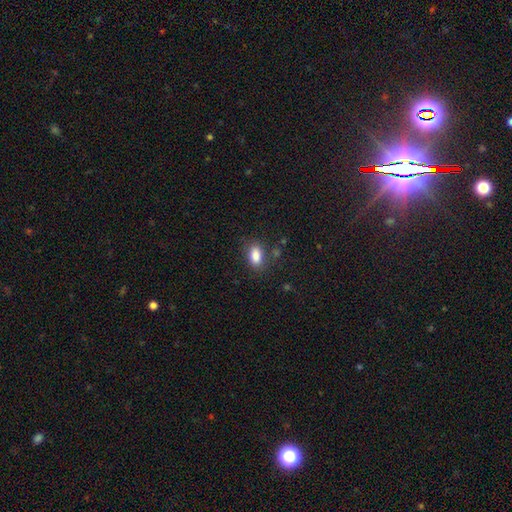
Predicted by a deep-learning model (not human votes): smooth-or-featured: smooth: 86% | star or artifact: 9% | featured or disk: 5%
  how-rounded: in between: 88% | round: 8% | cigar-shaped: 4%
  merging: none: 81% | minor disturbance: 12% | major disturbance: 4% | merger: 3%